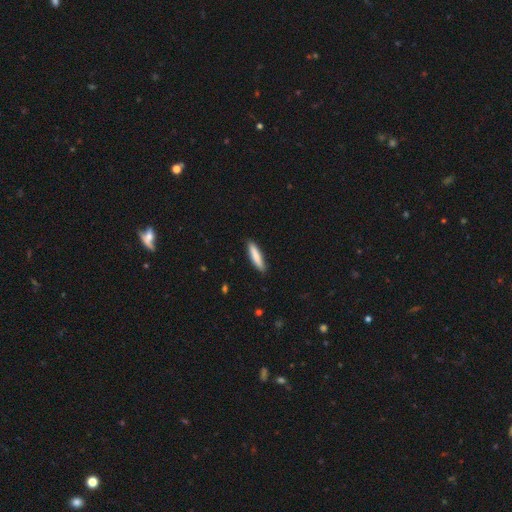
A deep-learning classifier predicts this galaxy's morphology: A smooth galaxy with no disk features (83%) that is cigar-shaped (84%). Merging: none (89%).